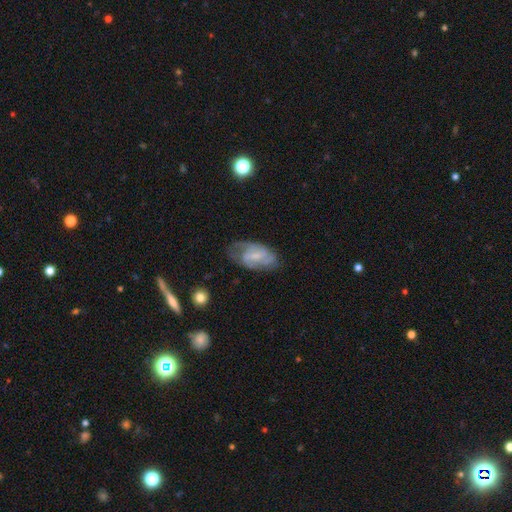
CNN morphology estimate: type=featured or disk (69%); edge-on=no (95%); bar=weak (53%); spiral arms=yes (84%); winding=medium (46%); arm count=2 (58%); bulge=small (57%); merging=none (58%).